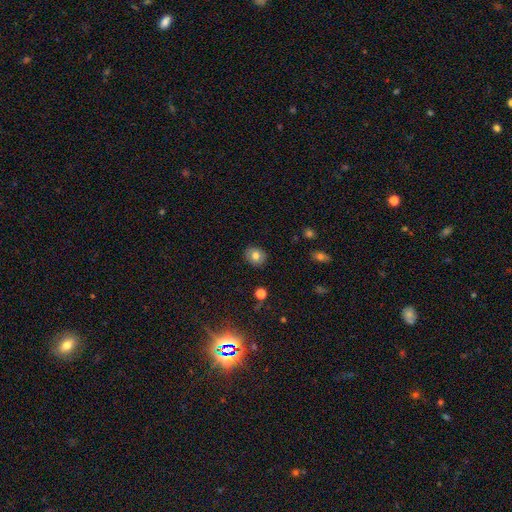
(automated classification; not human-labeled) Smooth or featured?
  - smooth: 78% *
  - featured or disk: 12%
  - star or artifact: 10%
How rounded?
  - round: 72% *
  - in between: 27%
  - cigar-shaped: 1%
Merging?
  - none: 89% *
  - minor disturbance: 8%
  - major disturbance: 2%
  - merger: 1%